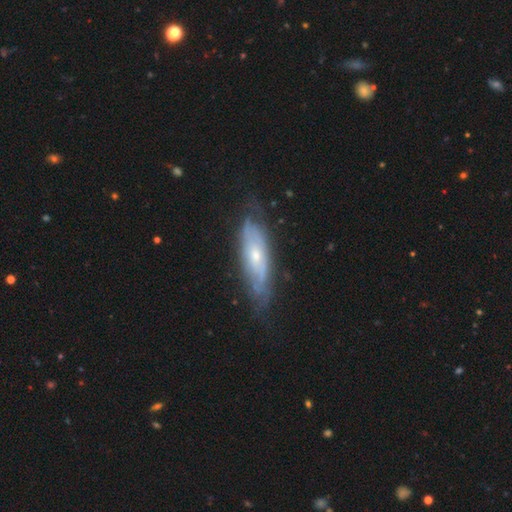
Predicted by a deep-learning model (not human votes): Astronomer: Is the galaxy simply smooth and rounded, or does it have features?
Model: featured or disk — 63%.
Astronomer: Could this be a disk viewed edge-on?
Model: no — 69%.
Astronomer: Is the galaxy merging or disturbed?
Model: none — 65%.